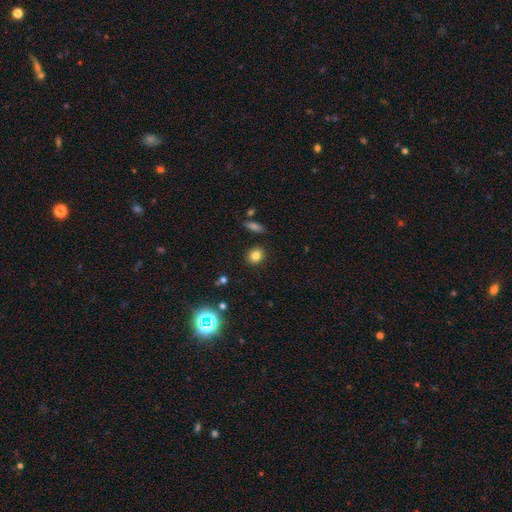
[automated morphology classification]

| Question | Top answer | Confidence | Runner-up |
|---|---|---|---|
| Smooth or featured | smooth | 81% | star or artifact (12%) |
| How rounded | round | 68% | in between (31%) |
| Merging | none | 88% | minor disturbance (7%) |